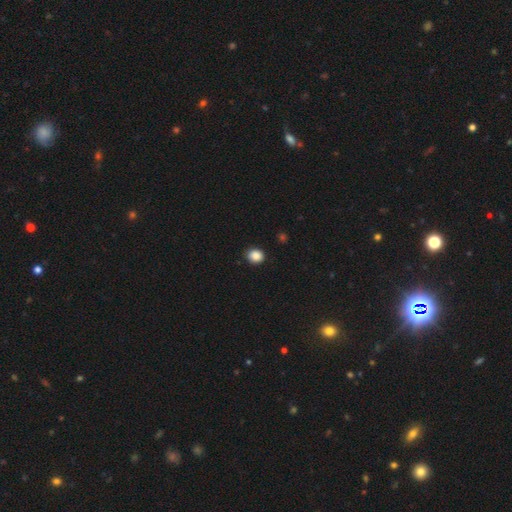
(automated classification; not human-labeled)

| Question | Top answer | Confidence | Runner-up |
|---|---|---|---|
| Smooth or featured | smooth | 88% | star or artifact (9%) |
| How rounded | round | 67% | in between (32%) |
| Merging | none | 87% | minor disturbance (9%) |